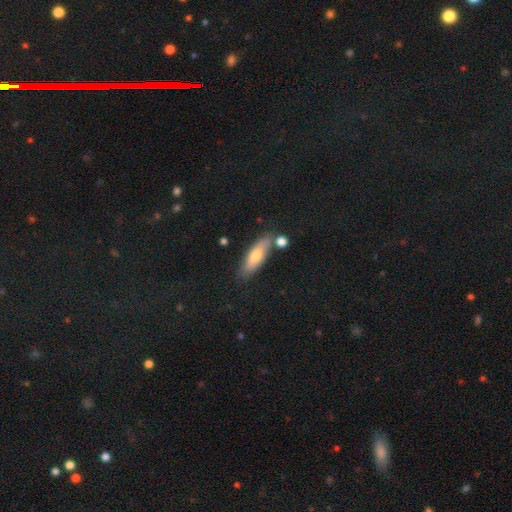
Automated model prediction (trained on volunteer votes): This appears to be a smooth galaxy with no disk features (64%) that is in between round and cigar-shaped (51%). Merging: none (76%).